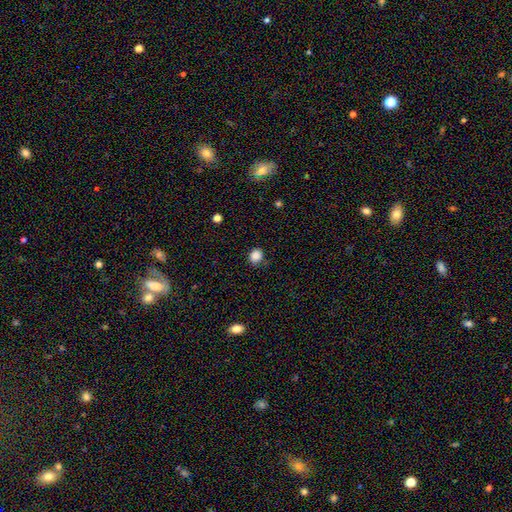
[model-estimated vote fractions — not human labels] This appears to be a smooth galaxy with no disk features (86%) that is round (73%). Merging: none (77%).